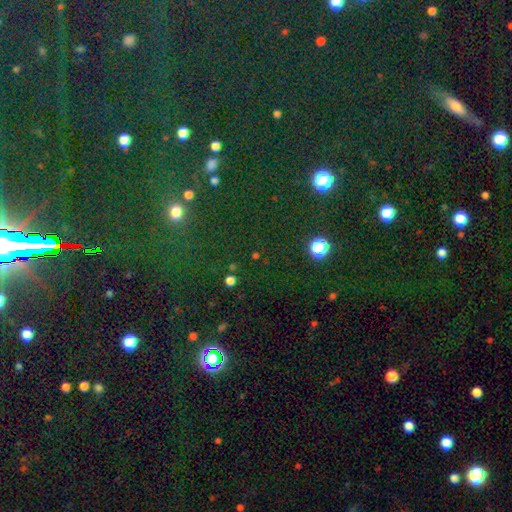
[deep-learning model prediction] A star or artifact, not a galaxy (60%).

Vote fractions:
- Smooth or featured? star or artifact: 60% / smooth: 30% / featured or disk: 9%